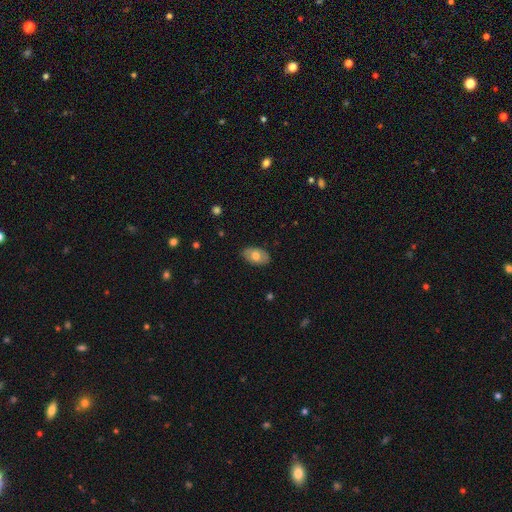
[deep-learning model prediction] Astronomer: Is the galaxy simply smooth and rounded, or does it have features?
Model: smooth — 66%.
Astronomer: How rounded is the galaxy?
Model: in between — 91%.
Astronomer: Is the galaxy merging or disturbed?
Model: none — 86%.